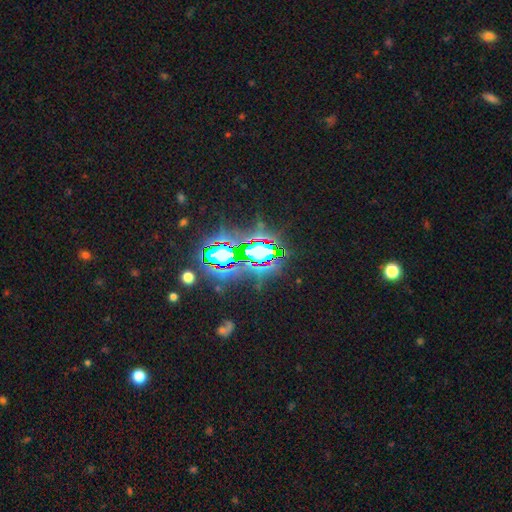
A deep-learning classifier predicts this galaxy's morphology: Smooth or featured? Predicted: star or artifact (p=0.75).